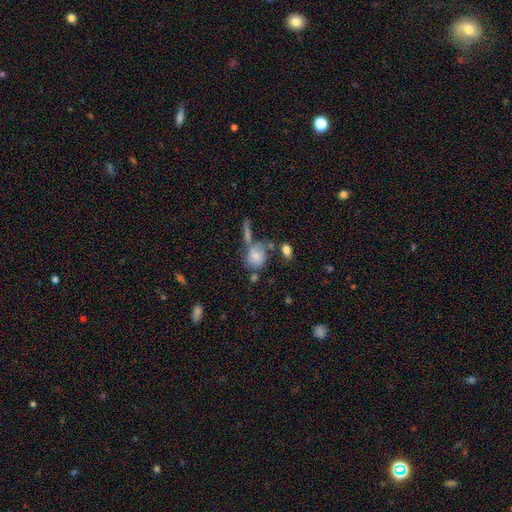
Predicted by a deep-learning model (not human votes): Smooth or featured: smooth — 74% (featured or disk — 16%)
How rounded: round — 52% (in between — 45%)
Merging: none — 46% (merger — 28%)